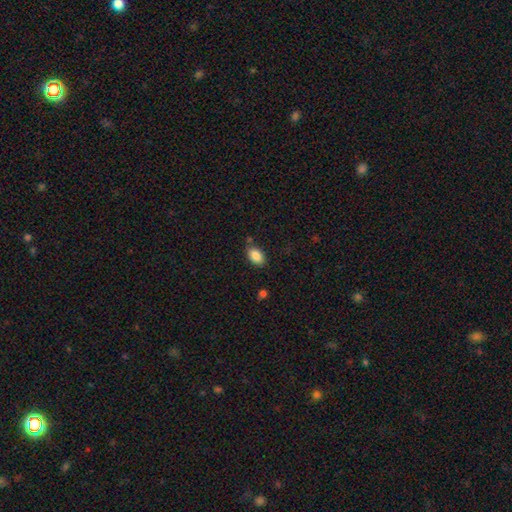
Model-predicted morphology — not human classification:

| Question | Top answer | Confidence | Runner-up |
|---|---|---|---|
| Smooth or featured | smooth | 86% | star or artifact (8%) |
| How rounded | in between | 90% | round (9%) |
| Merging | none | 76% | minor disturbance (16%) |